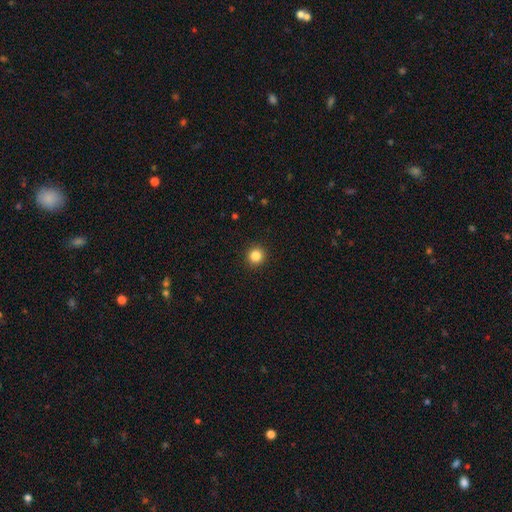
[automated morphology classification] Overall: smooth (84%). How rounded: round (94%). Merging: none (93%).